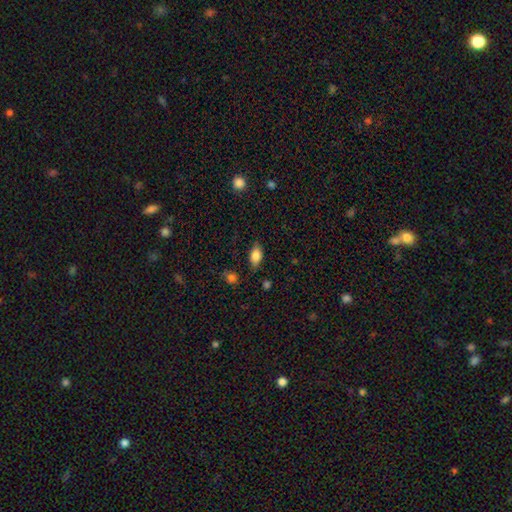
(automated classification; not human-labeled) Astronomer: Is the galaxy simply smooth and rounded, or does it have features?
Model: smooth — 83%.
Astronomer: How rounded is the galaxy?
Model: in between — 88%.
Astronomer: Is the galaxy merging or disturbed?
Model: none — 79%.